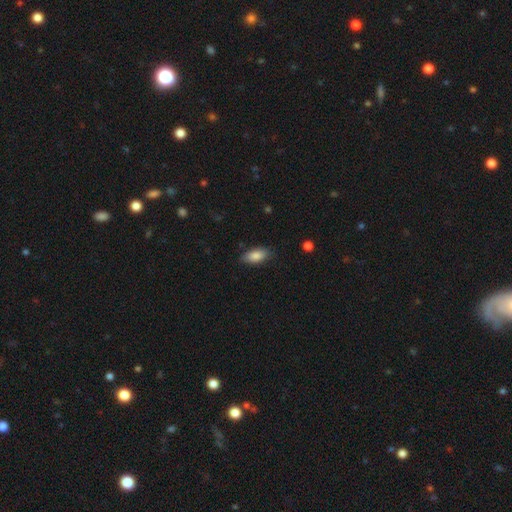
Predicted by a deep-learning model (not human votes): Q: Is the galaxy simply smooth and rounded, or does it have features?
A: smooth — 85%.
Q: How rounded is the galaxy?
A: in between — 88%.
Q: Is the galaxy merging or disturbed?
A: none — 81%.